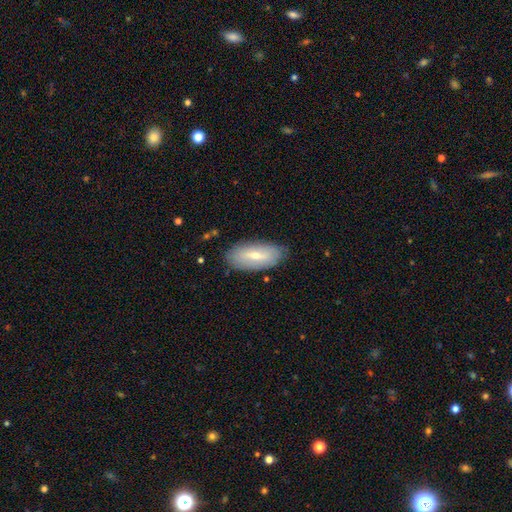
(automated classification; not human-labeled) Overall: smooth (53%; featured or disk 41%). How rounded: in between (86%). Merging: none (82%).